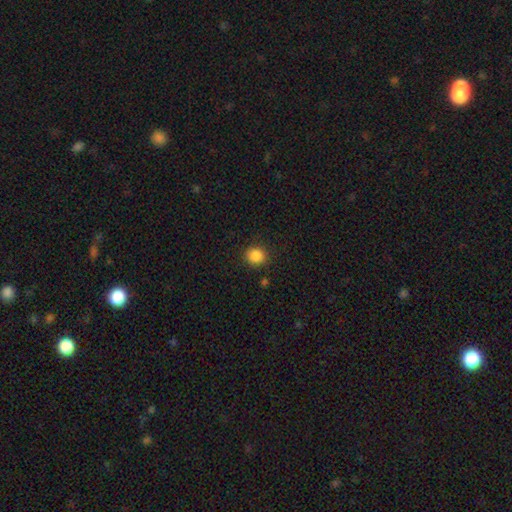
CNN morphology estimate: Smooth or featured: smooth — 87% (star or artifact — 10%)
How rounded: round — 85% (in between — 14%)
Merging: none — 88% (minor disturbance — 8%)